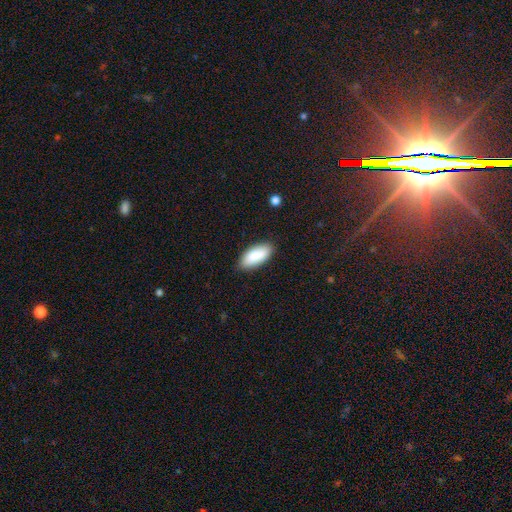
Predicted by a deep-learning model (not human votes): smooth-or-featured: smooth: 87% | featured or disk: 7% | star or artifact: 6%
  how-rounded: in between: 86% | cigar-shaped: 13% | round: 2%
  merging: none: 86% | minor disturbance: 11% | major disturbance: 2% | merger: 1%